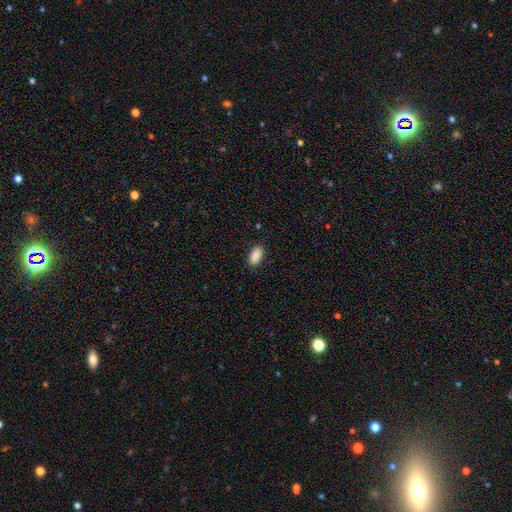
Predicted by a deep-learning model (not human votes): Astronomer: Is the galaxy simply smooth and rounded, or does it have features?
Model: smooth — 90%.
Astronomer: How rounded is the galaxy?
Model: in between — 93%.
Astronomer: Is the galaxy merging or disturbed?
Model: none — 87%.